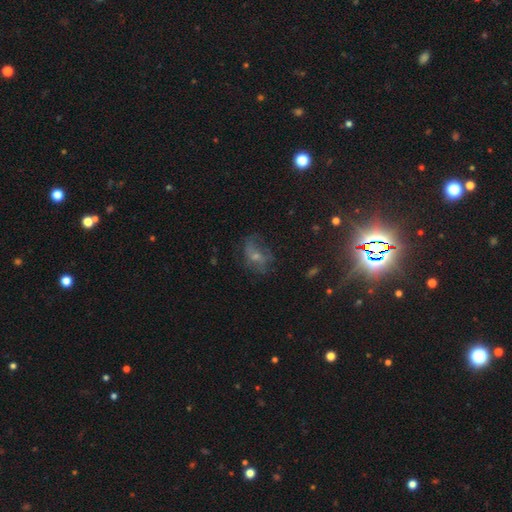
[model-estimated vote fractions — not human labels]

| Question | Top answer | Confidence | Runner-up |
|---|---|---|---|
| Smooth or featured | featured or disk | 49% | smooth (34%) |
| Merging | none | 49% | major disturbance (25%) |